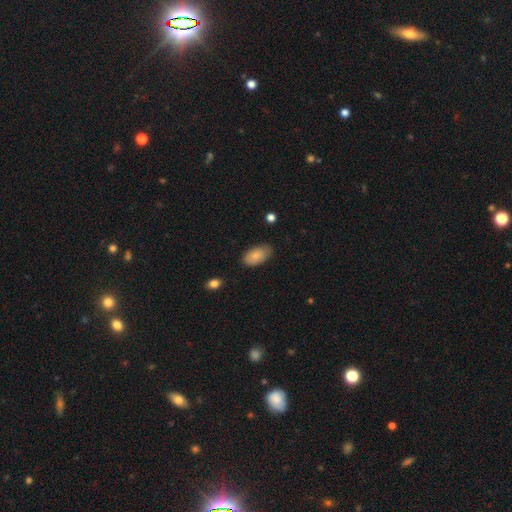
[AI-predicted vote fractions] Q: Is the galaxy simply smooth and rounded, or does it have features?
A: smooth — 85%.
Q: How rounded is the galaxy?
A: in between — 95%.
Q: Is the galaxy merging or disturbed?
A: none — 83%.